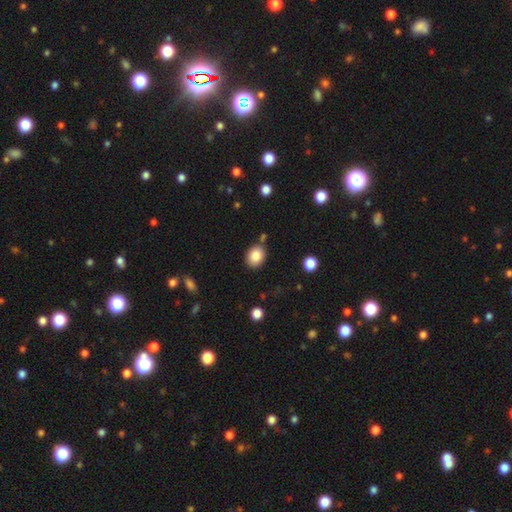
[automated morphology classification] Smooth or featured? Predicted: smooth (p=0.84). How rounded? Predicted: in between (p=0.53). Merging? Predicted: none (p=0.80).